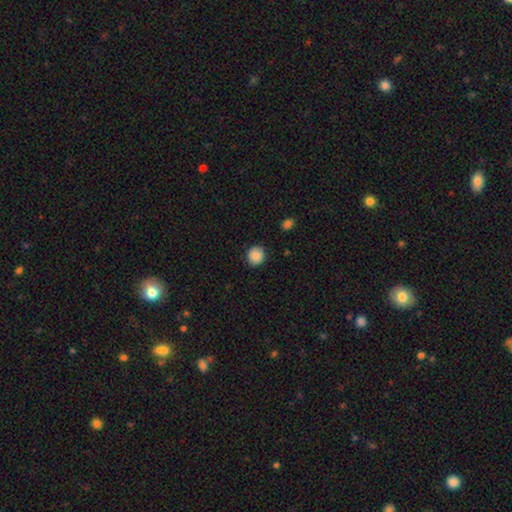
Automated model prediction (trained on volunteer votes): smooth 87%, star or artifact 8%, featured or disk 4%. Down the decision tree: how rounded — round (86%); merging — none (86%).